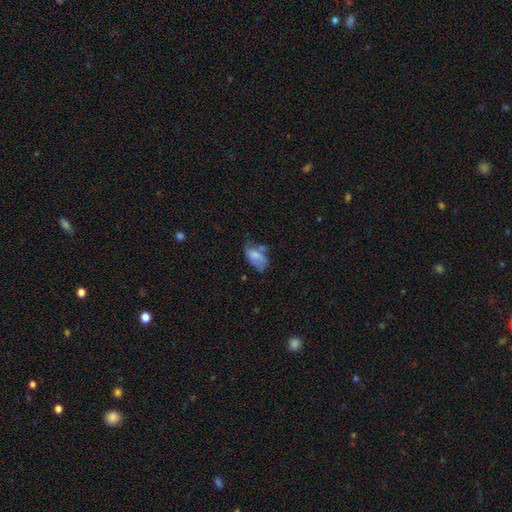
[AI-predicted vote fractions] Smooth or featured?
  - smooth: 67% *
  - featured or disk: 24%
  - star or artifact: 9%
How rounded?
  - in between: 91% *
  - round: 7%
  - cigar-shaped: 2%
Merging?
  - none: 34% *
  - minor disturbance: 32%
  - major disturbance: 20%
  - merger: 13%